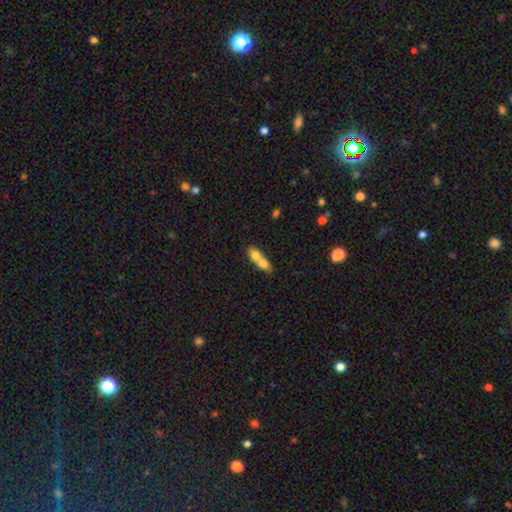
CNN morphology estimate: A smooth galaxy with no disk features (72%) that is in between round and cigar-shaped (61%).

Vote fractions:
- Smooth or featured? smooth: 72% / featured or disk: 20% / star or artifact: 8%
- How rounded? in between: 61% / round: 31% / cigar-shaped: 7%
- Merging? merger: 78% / none: 14% / minor disturbance: 5% / major disturbance: 3%